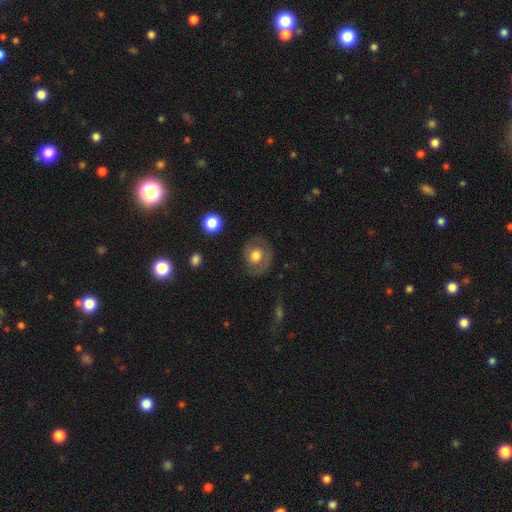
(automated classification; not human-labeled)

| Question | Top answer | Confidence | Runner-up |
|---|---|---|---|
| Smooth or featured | smooth | 59% | featured or disk (33%) |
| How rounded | round | 71% | in between (28%) |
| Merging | none | 76% | minor disturbance (15%) |